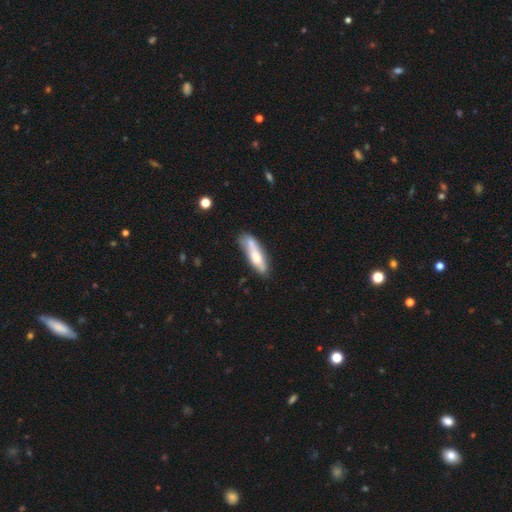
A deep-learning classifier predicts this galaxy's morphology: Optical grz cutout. It shows a smooth galaxy with no disk features (65%) that is cigar-shaped (67%). Merging: none (55%).